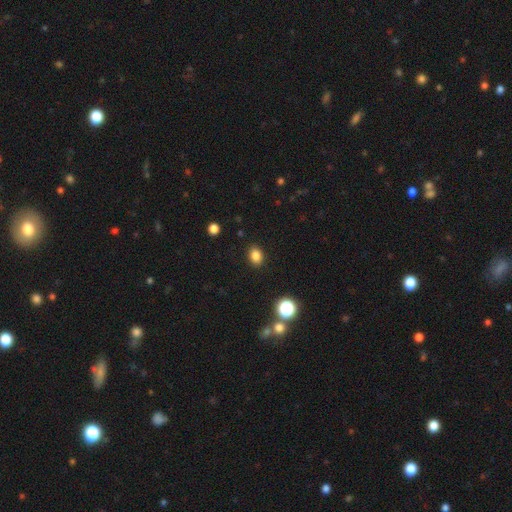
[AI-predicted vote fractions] Smooth or featured? Predicted: smooth (p=0.83). How rounded? Predicted: in between (p=0.65). Merging? Predicted: none (p=0.89).